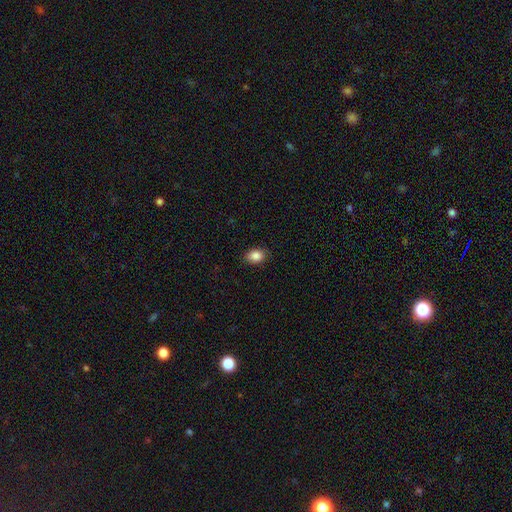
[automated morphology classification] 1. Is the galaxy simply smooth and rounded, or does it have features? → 86% smooth, 9% star or artifact, 5% featured or disk.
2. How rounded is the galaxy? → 77% in between, 22% round, 1% cigar-shaped.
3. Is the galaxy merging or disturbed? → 88% none, 9% minor disturbance, 2% major disturbance, 1% merger.